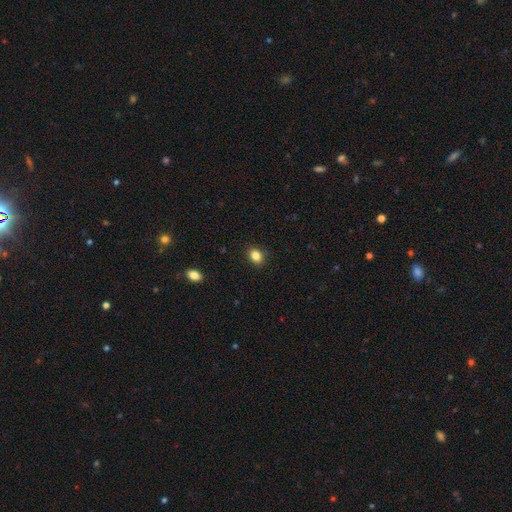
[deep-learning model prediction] Smooth or featured?
  - smooth: 84% *
  - star or artifact: 10%
  - featured or disk: 5%
How rounded?
  - in between: 58% *
  - round: 41%
  - cigar-shaped: 1%
Merging?
  - none: 89% *
  - minor disturbance: 8%
  - major disturbance: 2%
  - merger: 1%